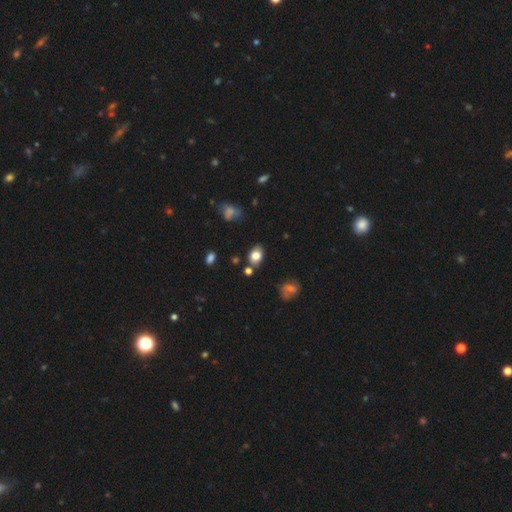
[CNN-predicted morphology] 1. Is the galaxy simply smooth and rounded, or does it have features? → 80% smooth, 11% featured or disk, 10% star or artifact.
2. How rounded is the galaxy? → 74% in between, 24% round, 1% cigar-shaped.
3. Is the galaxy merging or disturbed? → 76% none, 15% minor disturbance, 5% merger, 3% major disturbance.